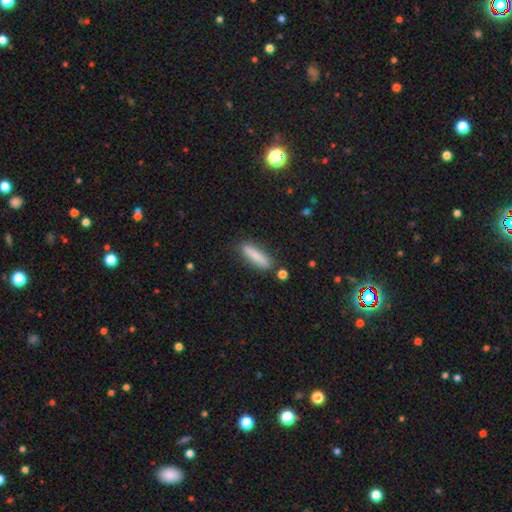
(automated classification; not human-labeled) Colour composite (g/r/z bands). It shows a smooth galaxy with no disk features (80%) that is cigar-shaped (76%). Merging: none (82%).